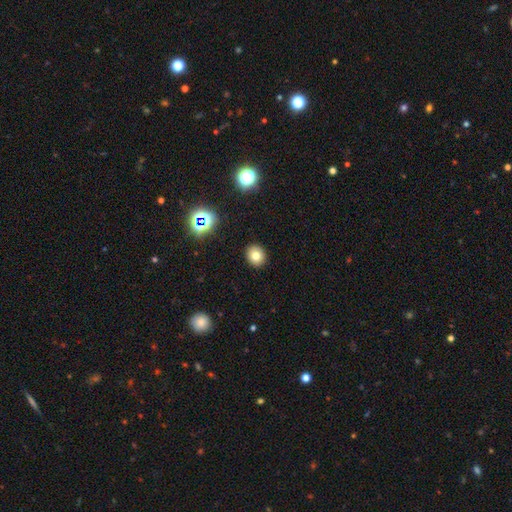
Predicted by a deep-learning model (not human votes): smooth 76%, star or artifact 14%, featured or disk 9%. Down the decision tree: how rounded — round (76%); merging — none (91%).